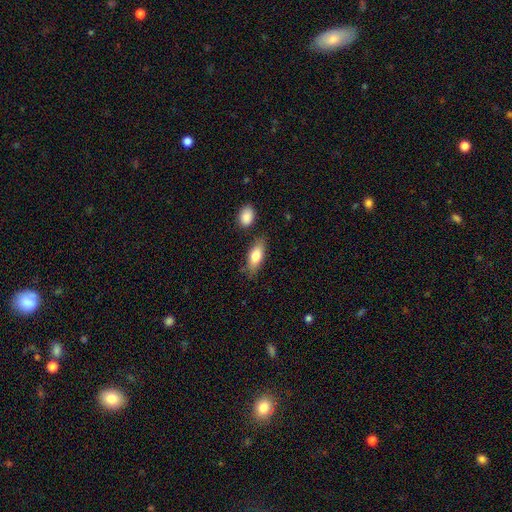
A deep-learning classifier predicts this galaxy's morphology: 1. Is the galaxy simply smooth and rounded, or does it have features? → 77% smooth, 17% featured or disk, 6% star or artifact.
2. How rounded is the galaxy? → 78% in between, 18% cigar-shaped, 3% round.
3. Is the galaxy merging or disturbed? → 76% none, 14% minor disturbance, 6% merger, 3% major disturbance.